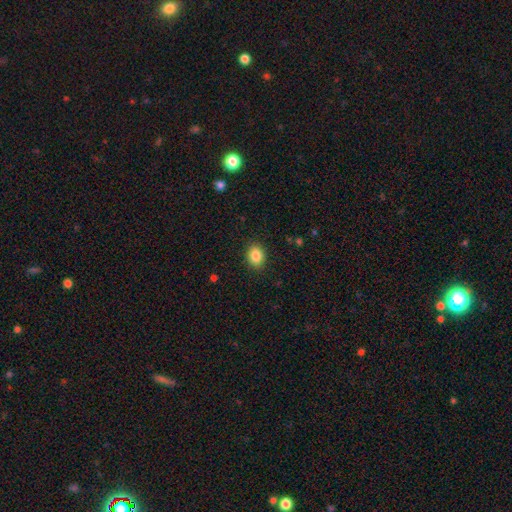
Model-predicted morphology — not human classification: Overall: smooth (86%). How rounded: in between (55%; round 44%). Merging: none (89%).